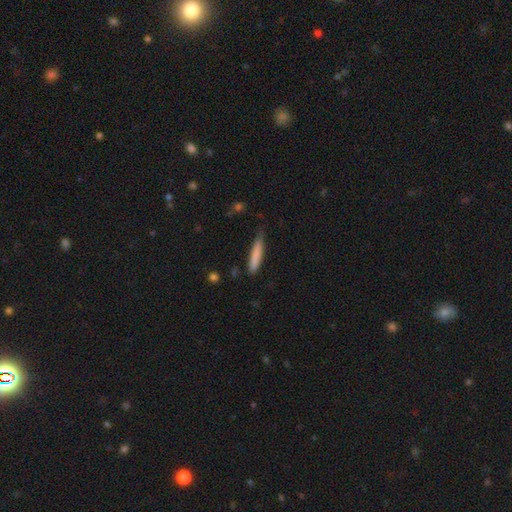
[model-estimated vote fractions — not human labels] Q: Smooth or featured?
A: smooth (79%); runner-up: featured or disk (15%)
Q: How rounded?
A: cigar-shaped (91%); runner-up: in between (8%)
Q: Merging?
A: none (68%); runner-up: minor disturbance (26%)